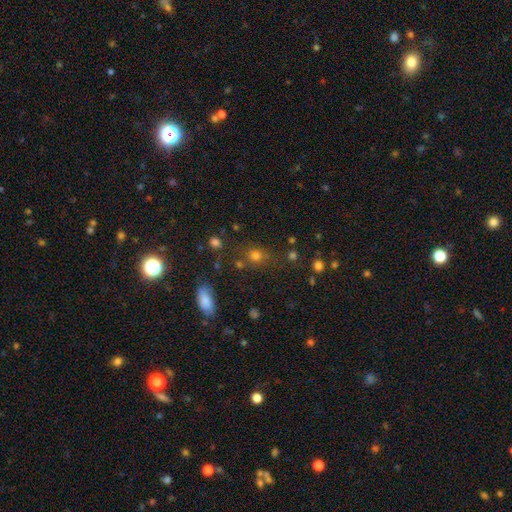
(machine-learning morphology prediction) Overall: smooth (67%). How rounded: round (69%; in between 29%). Merging: none (72%).